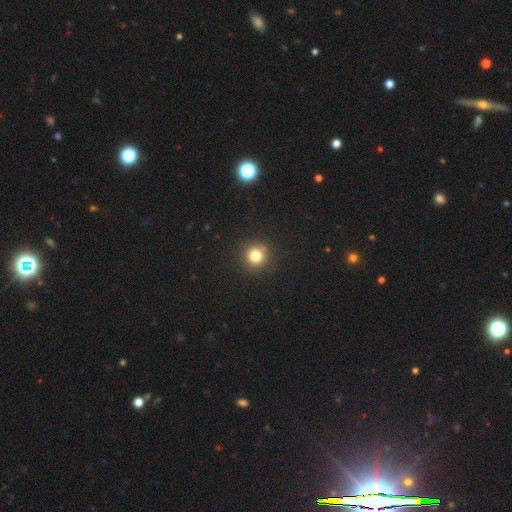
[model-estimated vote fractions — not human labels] Smooth or featured? Predicted: smooth (p=0.79). How rounded? Predicted: round (p=0.93). Merging? Predicted: none (p=0.88).